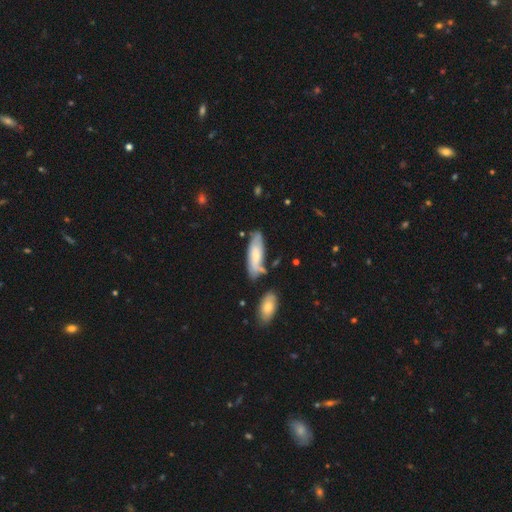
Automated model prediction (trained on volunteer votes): Smooth or featured? smooth (55%)
How rounded? in between (65%)
Merging? none (58%)